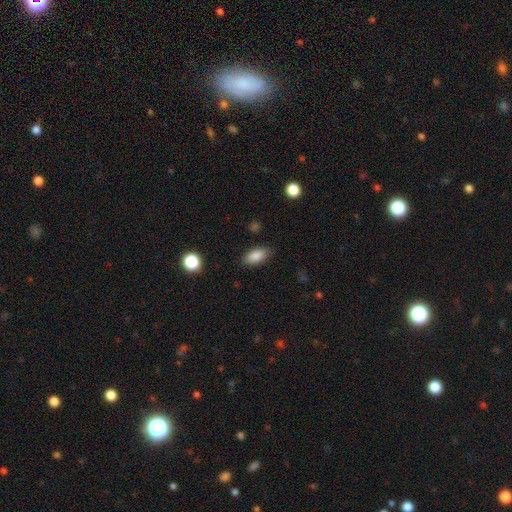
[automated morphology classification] This is clearly a smooth galaxy (86%). How rounded: clearly in between (90%). Merging: clearly none (84%).